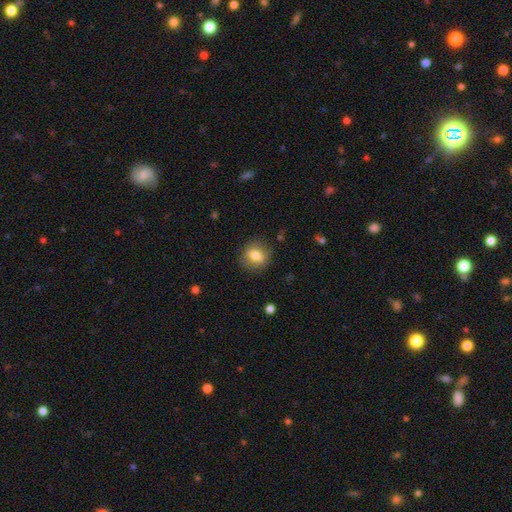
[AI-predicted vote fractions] Smooth or featured?
  - smooth: 76% *
  - featured or disk: 16%
  - star or artifact: 9%
How rounded?
  - round: 66% *
  - in between: 32%
  - cigar-shaped: 2%
Merging?
  - none: 85% *
  - minor disturbance: 10%
  - major disturbance: 3%
  - merger: 1%